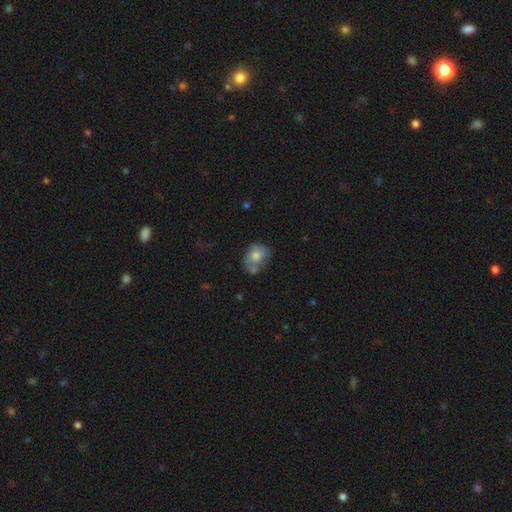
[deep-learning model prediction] A smooth galaxy with no disk features (67%) that is in between round and cigar-shaped (60%). Merging: none (43%).